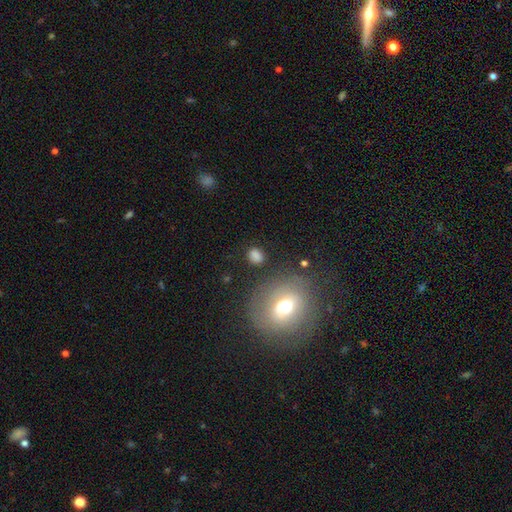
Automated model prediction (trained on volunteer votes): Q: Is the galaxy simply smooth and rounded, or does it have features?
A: smooth — 78%.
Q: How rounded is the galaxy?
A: round — 64%.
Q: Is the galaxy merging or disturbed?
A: none — 78%.